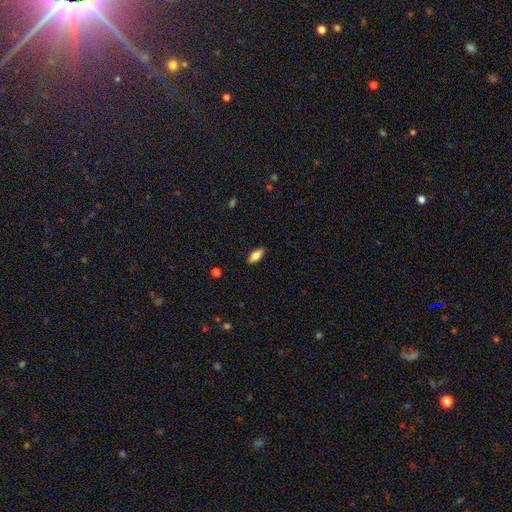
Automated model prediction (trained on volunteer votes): A smooth galaxy with no disk features (78%) that is in between round and cigar-shaped (84%). Merging: none (88%).